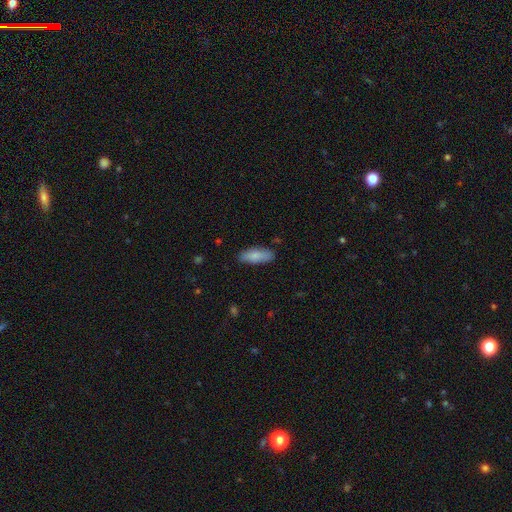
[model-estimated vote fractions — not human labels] Smooth or featured?
  - smooth: 84% *
  - featured or disk: 10%
  - star or artifact: 6%
How rounded?
  - in between: 72% *
  - cigar-shaped: 26%
  - round: 2%
Merging?
  - none: 85% *
  - minor disturbance: 11%
  - major disturbance: 2%
  - merger: 1%